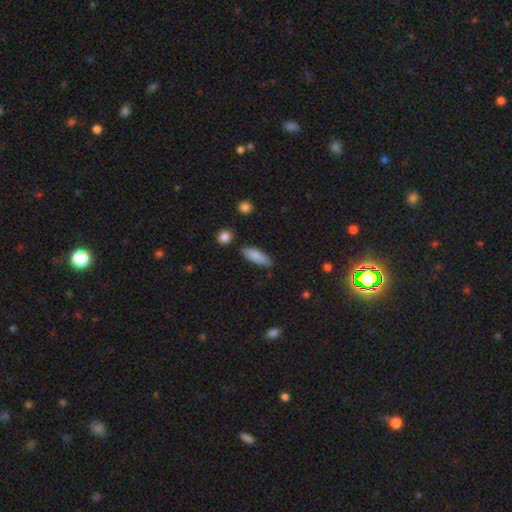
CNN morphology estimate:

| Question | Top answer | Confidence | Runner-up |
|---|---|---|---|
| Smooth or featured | smooth | 86% | featured or disk (8%) |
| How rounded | in between | 60% | cigar-shaped (38%) |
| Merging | none | 82% | minor disturbance (12%) |